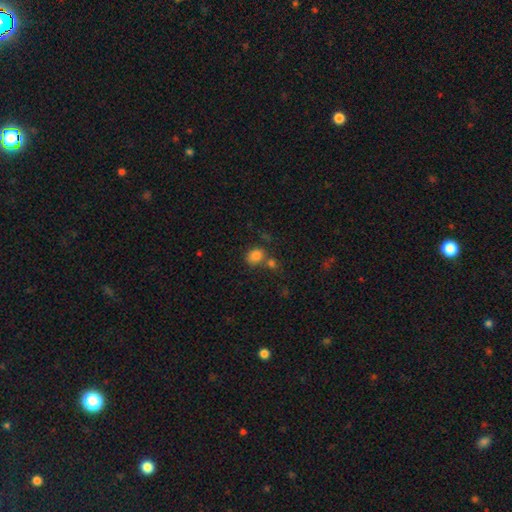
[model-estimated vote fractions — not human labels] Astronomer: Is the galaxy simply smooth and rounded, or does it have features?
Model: smooth — 82%.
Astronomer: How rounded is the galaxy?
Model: in between — 55% (runner-up: round, 43%).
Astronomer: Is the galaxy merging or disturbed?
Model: none — 55%.